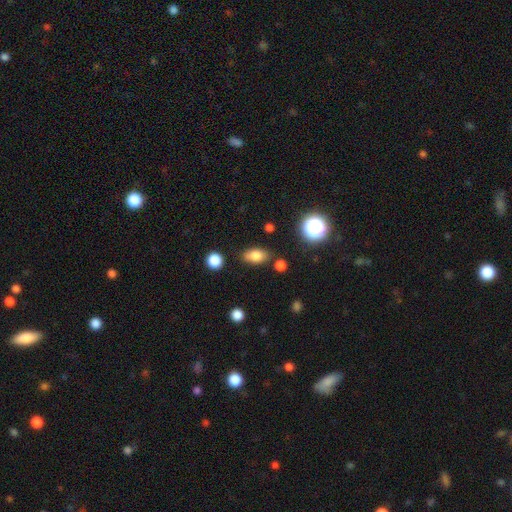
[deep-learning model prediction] This is likely a smooth galaxy (80%). How rounded: clearly in between (86%). Merging: clearly none (80%).